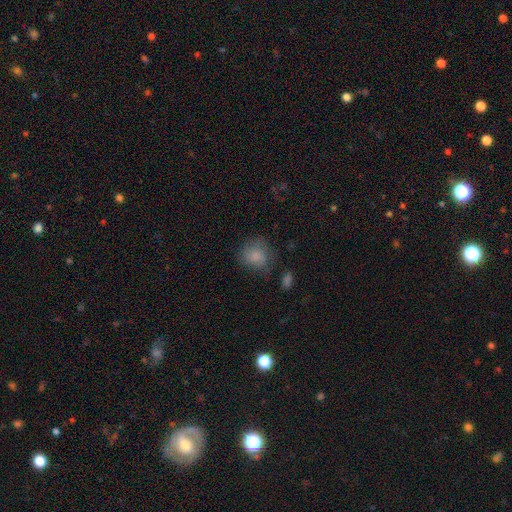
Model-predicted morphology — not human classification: smooth_or_featured: smooth (p=0.79) [alt: featured or disk p=0.11]
how_rounded: round (p=0.79) [alt: in between p=0.20]
merging: none (p=0.65) [alt: minor disturbance p=0.22]